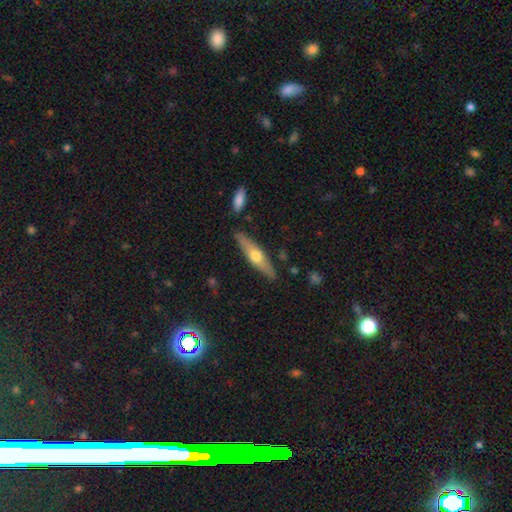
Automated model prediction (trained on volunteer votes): featured or disk 52%, smooth 43%, star or artifact 5%. Down the decision tree: edge-on disk — yes (88%); merging — none (86%).